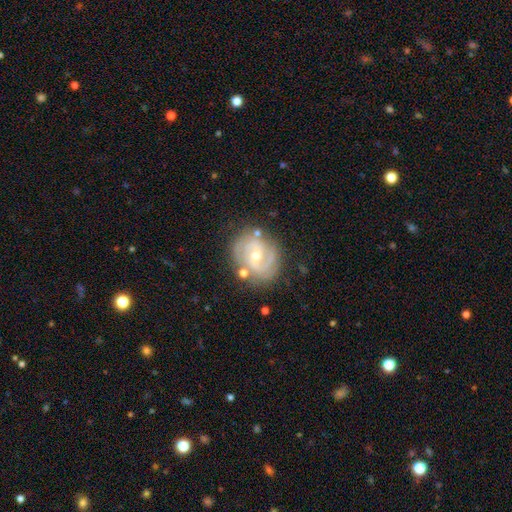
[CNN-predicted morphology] A featured or disk galaxy (85%) with no bar (45%), 2 (71%) tight (52%) spiral arms (95%) and a small central bulge (53%). Merging: none (74%).